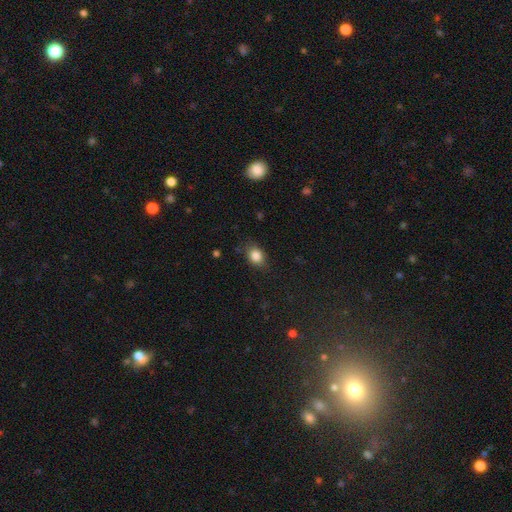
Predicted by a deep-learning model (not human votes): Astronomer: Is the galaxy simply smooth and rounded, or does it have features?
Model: smooth — 85%.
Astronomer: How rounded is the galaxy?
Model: in between — 58% (runner-up: round, 40%).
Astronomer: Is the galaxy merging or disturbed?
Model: none — 77%.